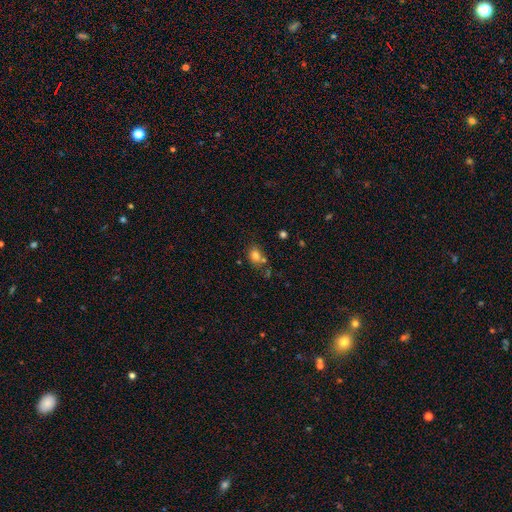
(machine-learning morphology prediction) Overall: smooth (78%). How rounded: in between (51%; round 48%). Merging: none (56%; merger 23%).